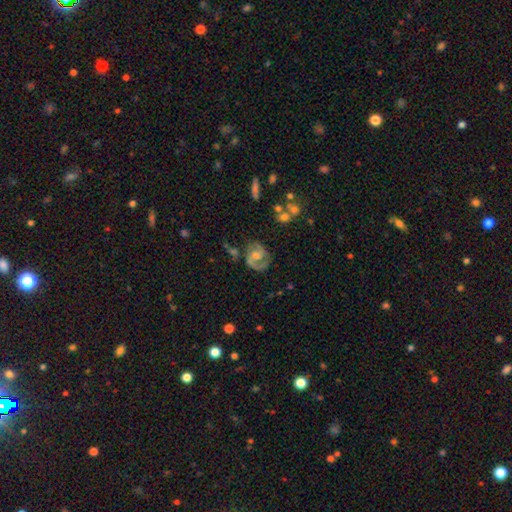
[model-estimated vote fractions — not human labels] smooth-or-featured: featured or disk: 78% | smooth: 14% | star or artifact: 8%
  disk-edge-on: no: 98% | yes: 2%
    bar: no: 57% | weak: 36% | strong: 8%
    has-spiral-arms: yes: 91% | no: 9%
      spiral-winding: medium: 47% | tight: 36% | loose: 17%
      spiral-arm-count: 2: 66% | 1: 22% | can't tell: 7% | 3: 2% | 4: 1% | more than 4: 1%
    bulge-size: moderate: 51% | small: 31% | none: 9% | large: 7% | dominant: 1%
  merging: none: 62% | minor disturbance: 19% | major disturbance: 13% | merger: 6%